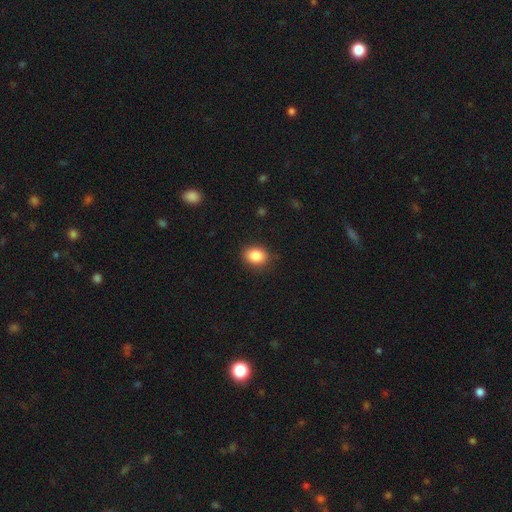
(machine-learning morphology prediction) This is clearly a smooth galaxy (87%). How rounded: possibly in between (57%). Merging: clearly none (87%).